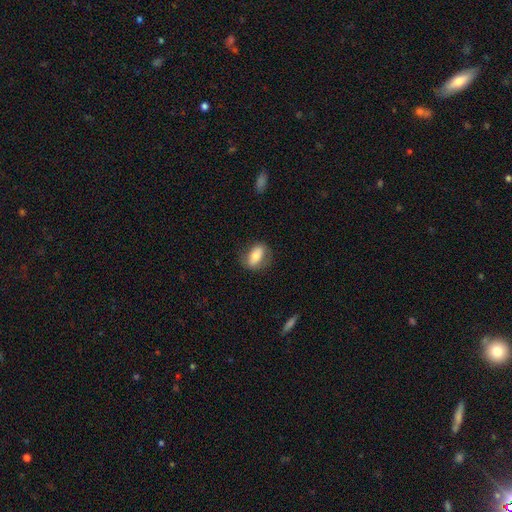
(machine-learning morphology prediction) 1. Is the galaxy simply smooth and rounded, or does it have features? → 67% smooth, 26% featured or disk, 7% star or artifact.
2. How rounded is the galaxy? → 84% in between, 11% round, 5% cigar-shaped.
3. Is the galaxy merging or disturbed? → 73% none, 18% minor disturbance, 8% major disturbance, 1% merger.